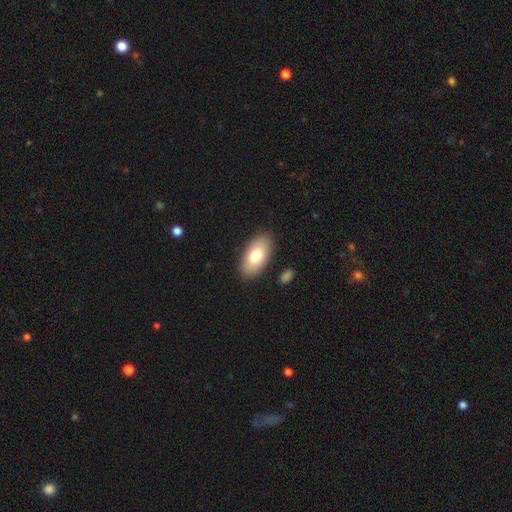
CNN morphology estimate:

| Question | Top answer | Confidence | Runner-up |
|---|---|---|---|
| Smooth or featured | smooth | 76% | featured or disk (18%) |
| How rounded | in between | 93% | round (3%) |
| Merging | none | 87% | minor disturbance (9%) |